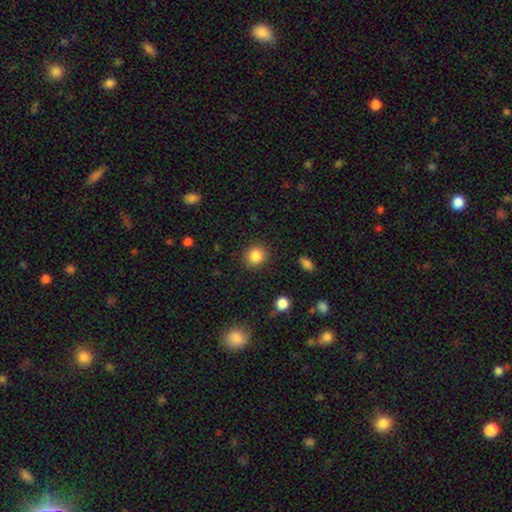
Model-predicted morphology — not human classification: This is clearly a smooth galaxy (85%). How rounded: clearly round (82%). Merging: clearly none (89%).